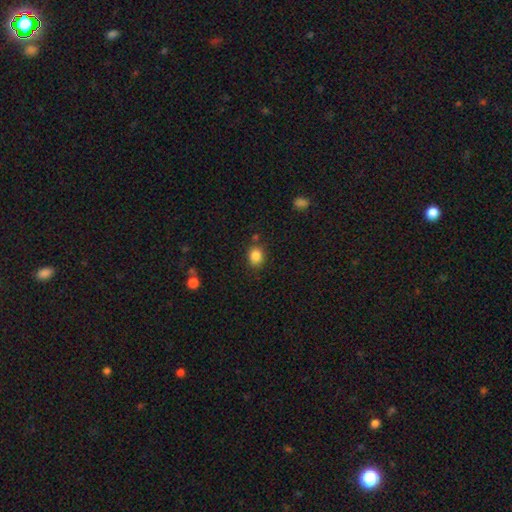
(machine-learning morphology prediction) type=smooth (86%); roundness=round (55%); merging=none (80%).